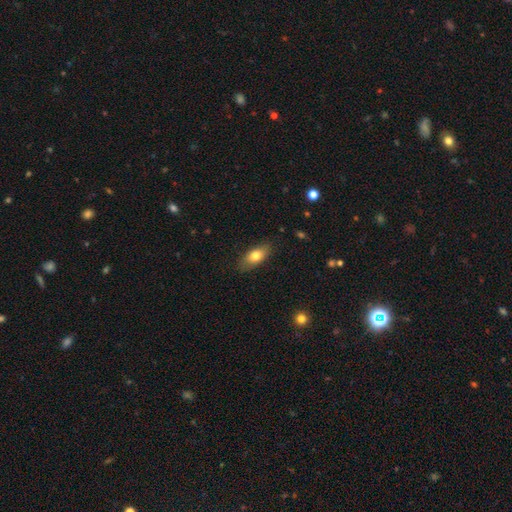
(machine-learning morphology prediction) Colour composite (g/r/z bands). It shows a smooth galaxy with no disk features (76%) that is in between round and cigar-shaped (84%). Merging: none (83%).